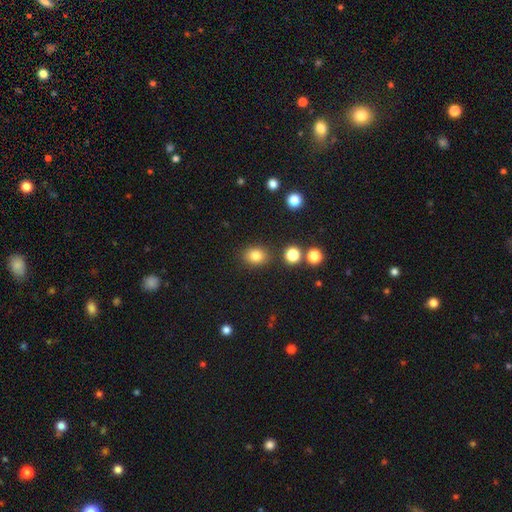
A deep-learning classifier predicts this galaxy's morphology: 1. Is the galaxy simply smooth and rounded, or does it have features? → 81% smooth, 13% star or artifact, 6% featured or disk.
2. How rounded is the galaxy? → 56% round, 43% in between, 1% cigar-shaped.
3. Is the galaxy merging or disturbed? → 85% none, 9% minor disturbance, 4% merger, 3% major disturbance.